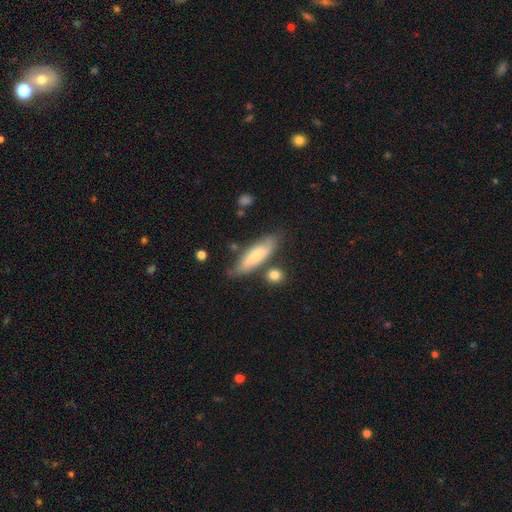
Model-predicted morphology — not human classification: smooth 58%, featured or disk 36%, star or artifact 6%. Down the decision tree: how rounded — cigar-shaped (51%); merging — none (66%).